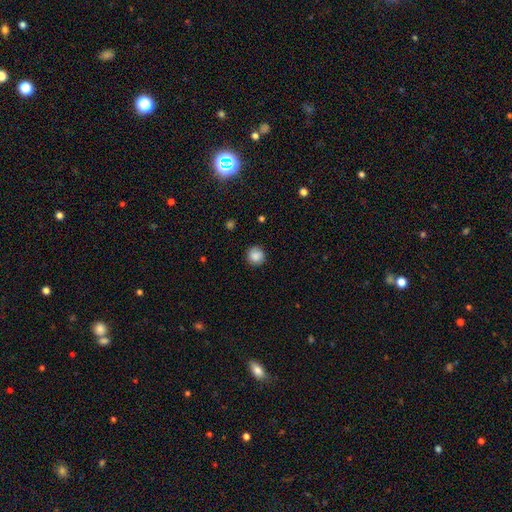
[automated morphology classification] A smooth galaxy with no disk features (86%) that is round (92%).

Vote fractions:
- Smooth or featured? smooth: 86% / star or artifact: 9% / featured or disk: 4%
- How rounded? round: 92% / in between: 7% / cigar-shaped: 1%
- Merging? none: 87% / minor disturbance: 9% / major disturbance: 2% / merger: 1%